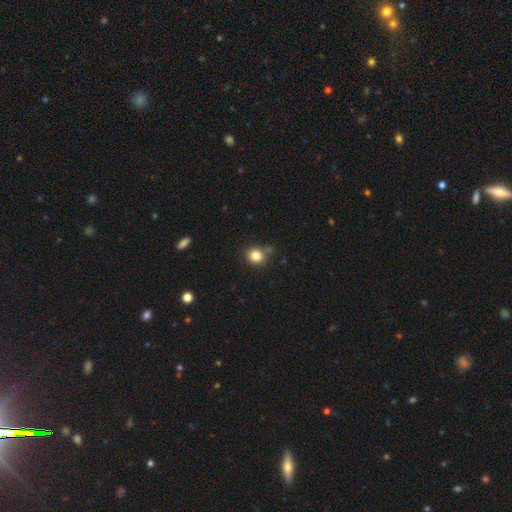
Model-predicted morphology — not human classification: Smooth or featured? Predicted: smooth (p=0.83). How rounded? Predicted: round (p=0.84). Merging? Predicted: none (p=0.75).